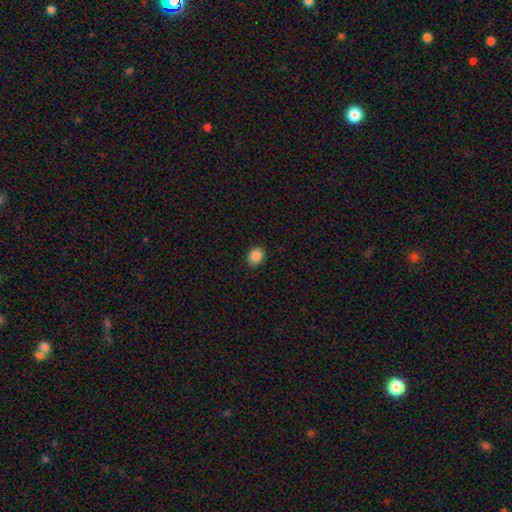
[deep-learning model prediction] smooth-or-featured: smooth: 87% | star or artifact: 9% | featured or disk: 4%
  how-rounded: round: 54% | in between: 45% | cigar-shaped: 1%
  merging: none: 88% | minor disturbance: 9% | major disturbance: 2% | merger: 1%